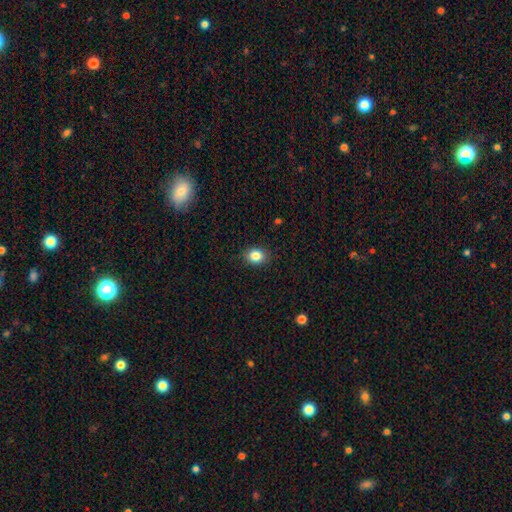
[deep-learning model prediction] Morphology: type=smooth (84%); roundness=round (53%); merging=none (89%).